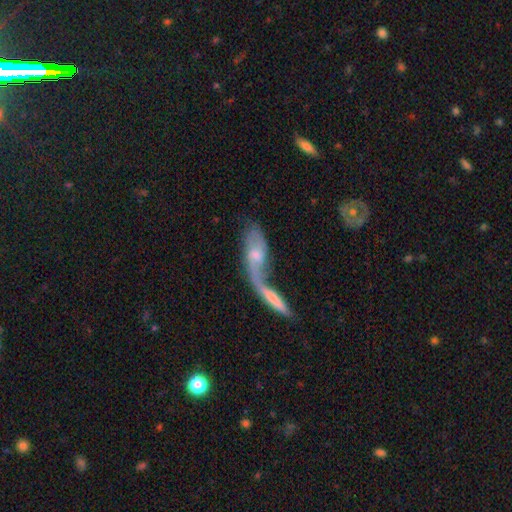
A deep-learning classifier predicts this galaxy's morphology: The model was most divided on "smooth or featured": featured or disk: 60%, smooth: 32%, star or artifact: 8%. More confident: edge-on disk — no (76%); merging — merger (65%).